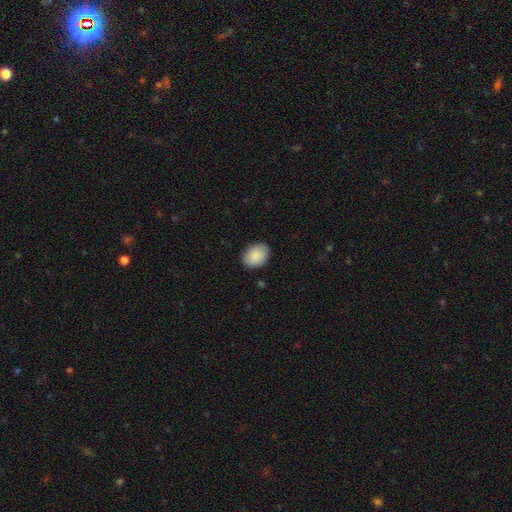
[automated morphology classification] A smooth galaxy with no disk features (90%) that is in between round and cigar-shaped (59%). Merging: none (87%).